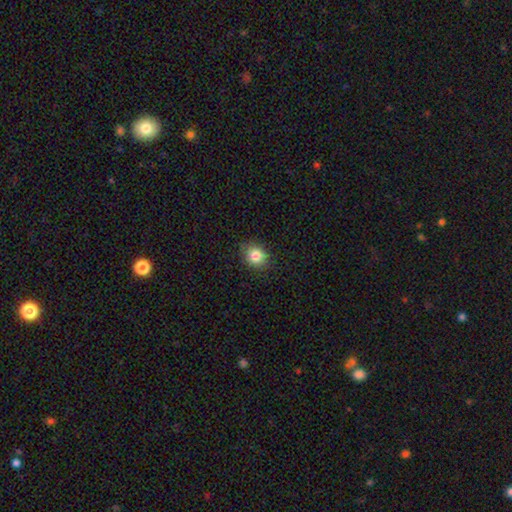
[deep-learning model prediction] smooth 83%, star or artifact 10%, featured or disk 6%. Down the decision tree: how rounded — round (70%); merging — none (84%).